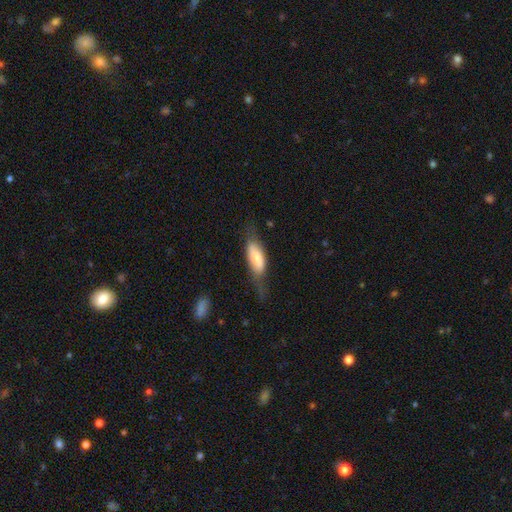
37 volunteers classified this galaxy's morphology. Smooth or featured? 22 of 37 (59%) said featured or disk. Edge-on disk? 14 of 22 (64%) said yes. Edge-on bulge? 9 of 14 (64%) said rounded. Merging? 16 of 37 (43%) said none.